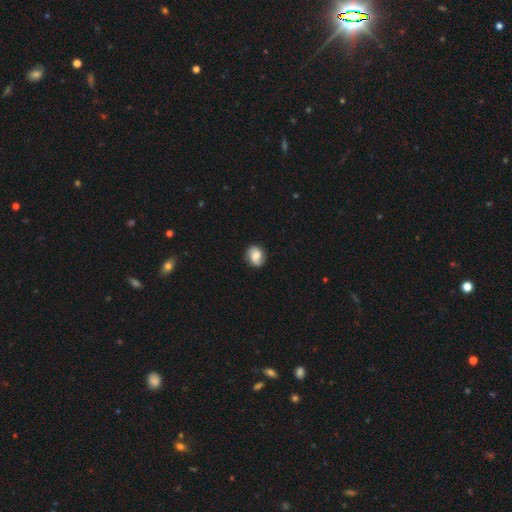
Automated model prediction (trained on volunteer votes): Overall: smooth (61%; featured or disk 30%). How rounded: round (53%; in between 45%). Merging: none (79%).